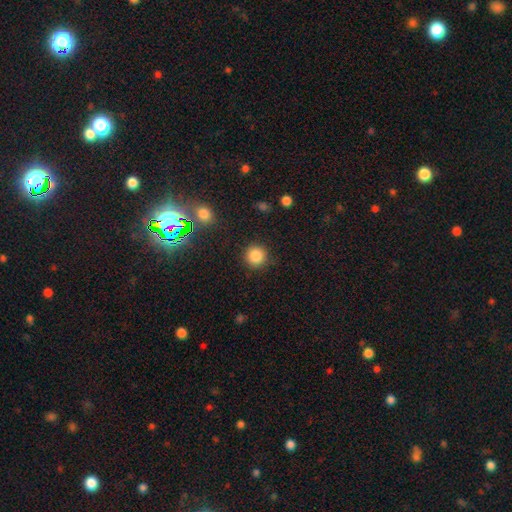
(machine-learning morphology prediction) This is clearly a smooth galaxy (84%). How rounded: clearly round (94%). Merging: clearly none (89%).